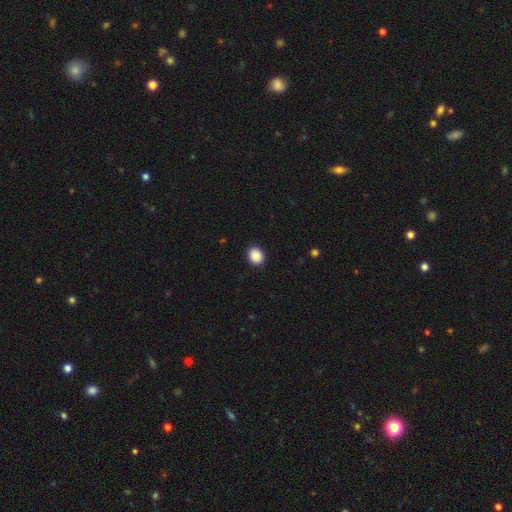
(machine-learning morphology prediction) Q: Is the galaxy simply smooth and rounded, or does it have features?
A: smooth — 89%.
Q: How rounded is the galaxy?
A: round — 61%.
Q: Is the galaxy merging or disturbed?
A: none — 91%.